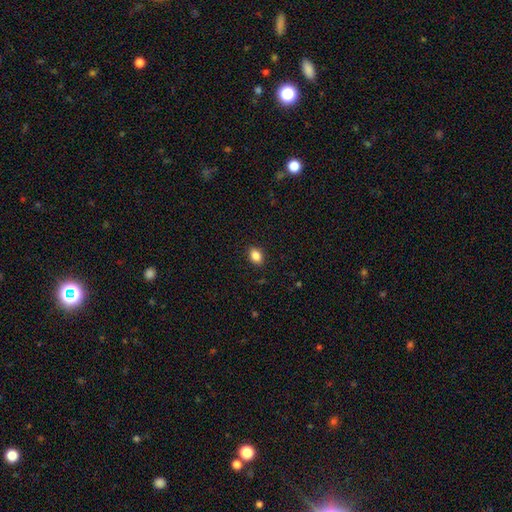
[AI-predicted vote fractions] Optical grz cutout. It shows a smooth galaxy with no disk features (86%) that is in between round and cigar-shaped (72%). Merging: none (90%).